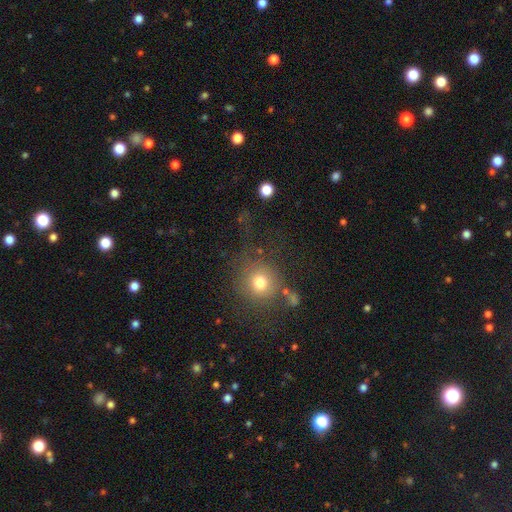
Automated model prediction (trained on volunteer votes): smooth_or_featured: smooth (p=0.49) [alt: star or artifact p=0.41]
merging: none (p=0.80) [alt: minor disturbance p=0.10]